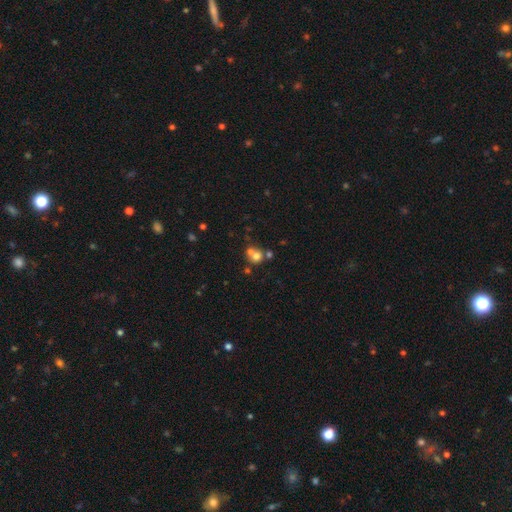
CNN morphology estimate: Smooth or featured: smooth — 66% (featured or disk — 18%)
How rounded: round — 82% (in between — 17%)
Merging: merger — 51% (none — 38%)